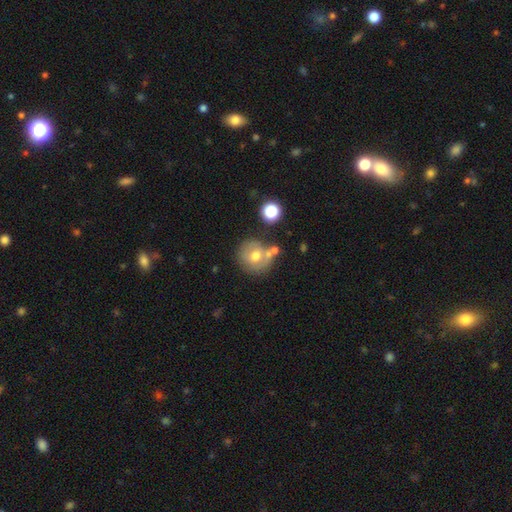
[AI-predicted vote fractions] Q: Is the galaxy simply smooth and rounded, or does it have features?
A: smooth — 53%.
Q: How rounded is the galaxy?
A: round — 88%.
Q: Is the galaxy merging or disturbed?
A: none — 58%.